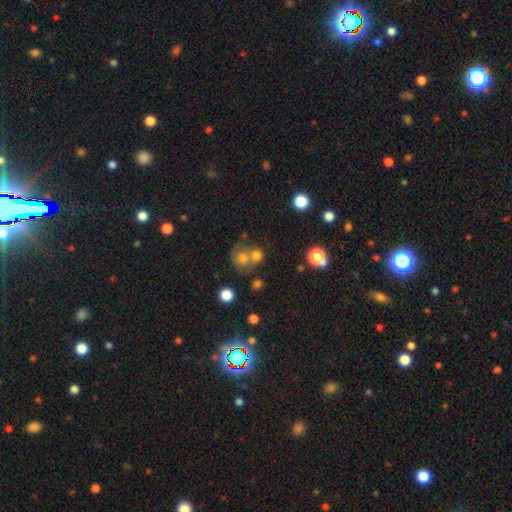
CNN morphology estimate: Overall: smooth (69%). How rounded: round (81%). Merging: merger (48%; none 39%).